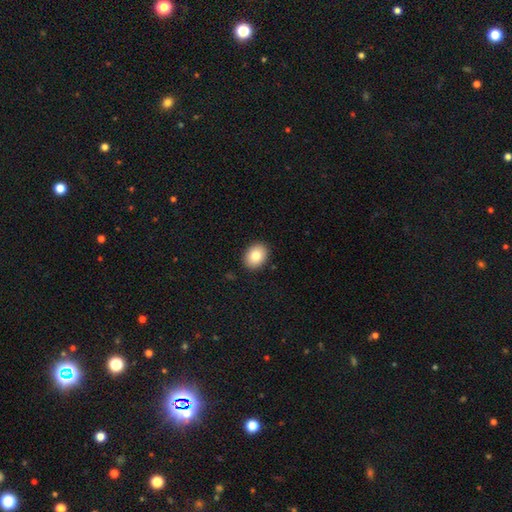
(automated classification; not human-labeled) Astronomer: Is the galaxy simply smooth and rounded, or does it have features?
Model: smooth — 83%.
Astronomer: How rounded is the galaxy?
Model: in between — 57% (runner-up: round, 42%).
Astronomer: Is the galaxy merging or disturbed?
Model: none — 90%.